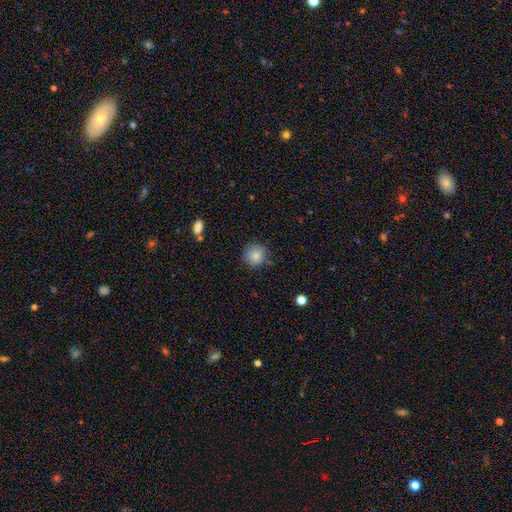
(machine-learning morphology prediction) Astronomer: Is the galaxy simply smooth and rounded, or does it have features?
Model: smooth — 84%.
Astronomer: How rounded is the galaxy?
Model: round — 92%.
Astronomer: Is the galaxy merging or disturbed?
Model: none — 83%.